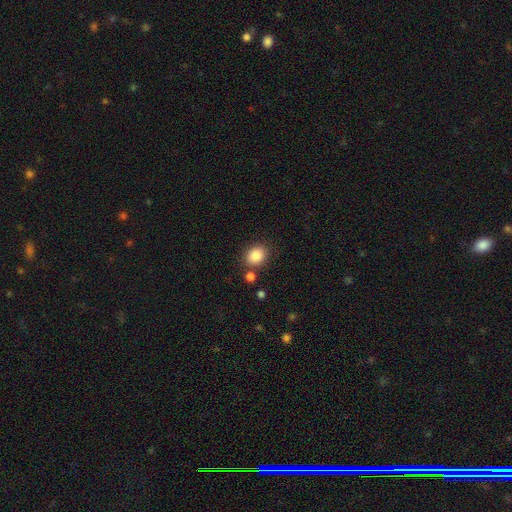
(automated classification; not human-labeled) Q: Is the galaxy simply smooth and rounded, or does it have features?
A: smooth — 86%.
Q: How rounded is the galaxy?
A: in between — 51%.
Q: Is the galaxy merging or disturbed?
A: none — 80%.